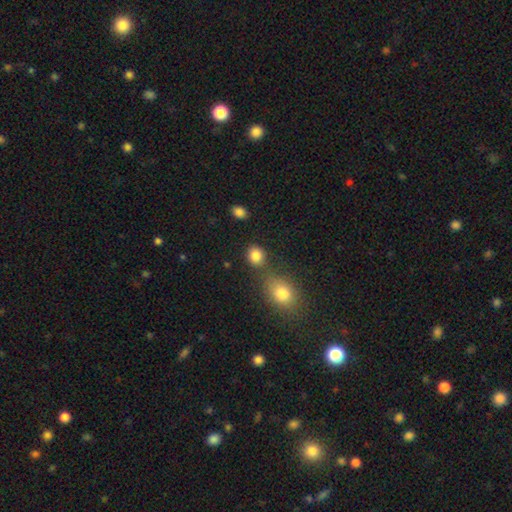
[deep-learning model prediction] Smooth or featured?
  - smooth: 84% *
  - star or artifact: 10%
  - featured or disk: 5%
How rounded?
  - round: 63% *
  - in between: 35%
  - cigar-shaped: 1%
Merging?
  - none: 68% *
  - merger: 16%
  - minor disturbance: 11%
  - major disturbance: 4%